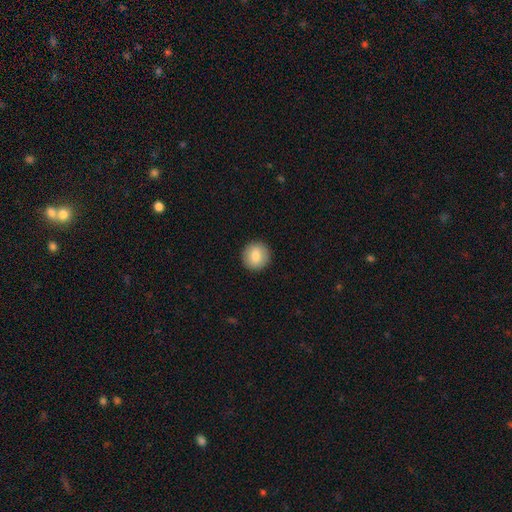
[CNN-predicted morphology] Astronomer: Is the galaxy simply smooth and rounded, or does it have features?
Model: smooth — 82%.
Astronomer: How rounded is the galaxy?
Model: round — 93%.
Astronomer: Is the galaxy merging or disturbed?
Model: none — 92%.